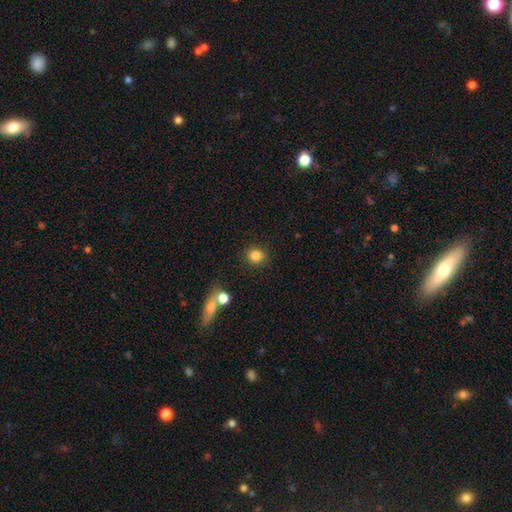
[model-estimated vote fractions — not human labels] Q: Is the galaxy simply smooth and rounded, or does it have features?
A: smooth — 84%.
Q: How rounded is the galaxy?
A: round — 88%.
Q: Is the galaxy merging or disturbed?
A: none — 88%.